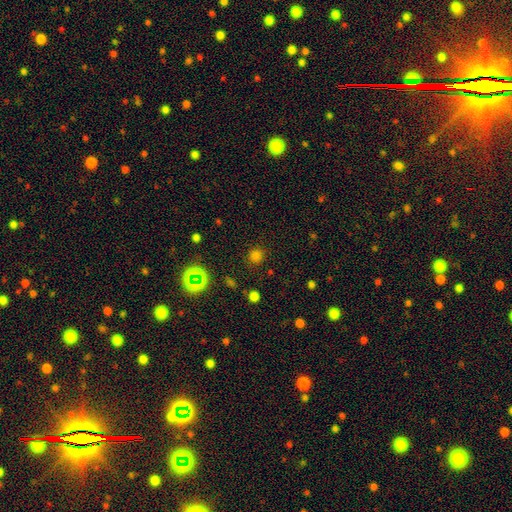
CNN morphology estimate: smooth-or-featured: smooth: 71% | star or artifact: 24% | featured or disk: 5%
  how-rounded: round: 90% | in between: 9% | cigar-shaped: 1%
  merging: none: 87% | minor disturbance: 8% | major disturbance: 3% | merger: 2%